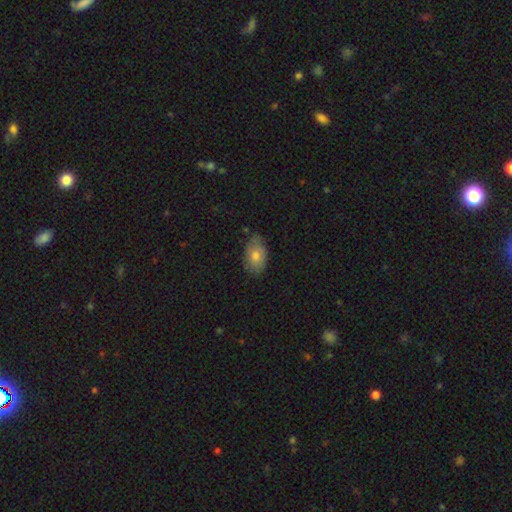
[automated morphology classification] type=smooth (73%); roundness=in between (90%); merging=none (69%).